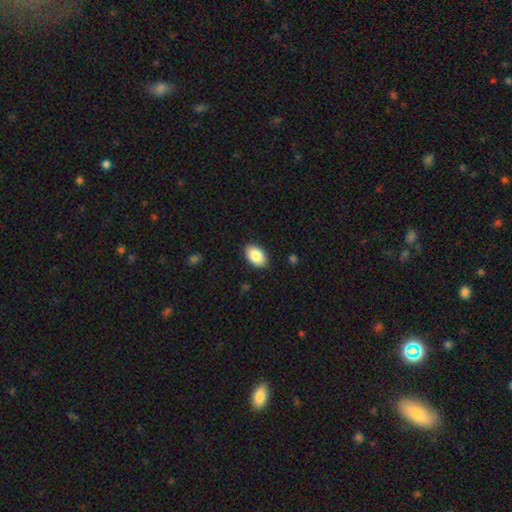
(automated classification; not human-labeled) Smooth or featured: smooth — 87% (featured or disk — 7%)
How rounded: in between — 91% (round — 8%)
Merging: none — 89% (minor disturbance — 8%)